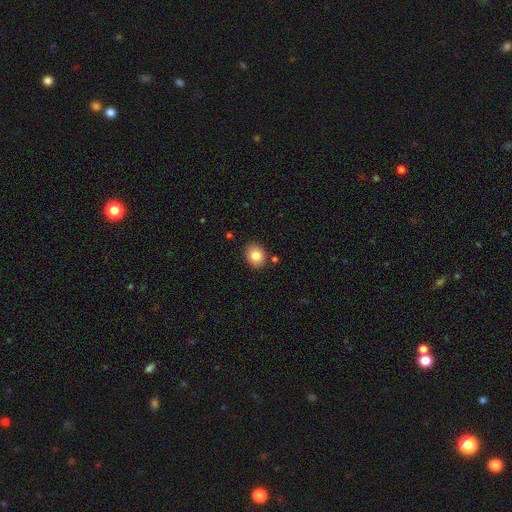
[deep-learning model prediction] Overall: smooth (83%). How rounded: in between (52%; round 48%). Merging: none (84%).